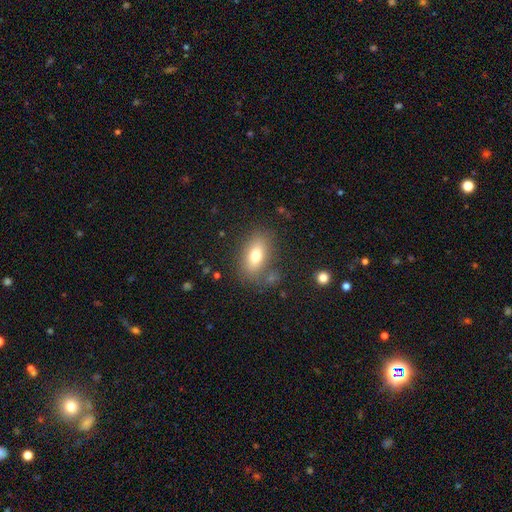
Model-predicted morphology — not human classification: smooth_or_featured: smooth (p=0.73) [alt: featured or disk p=0.18]
how_rounded: in between (p=0.83) [alt: round p=0.09]
merging: none (p=0.76) [alt: minor disturbance p=0.14]